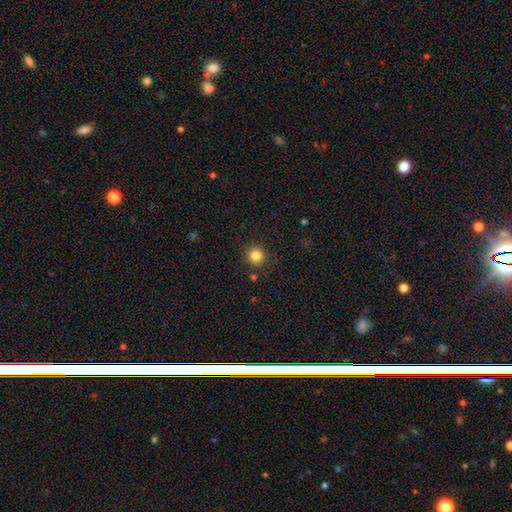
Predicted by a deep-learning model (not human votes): This appears to be a smooth galaxy with no disk features (84%) that is round (94%). Merging: none (91%).